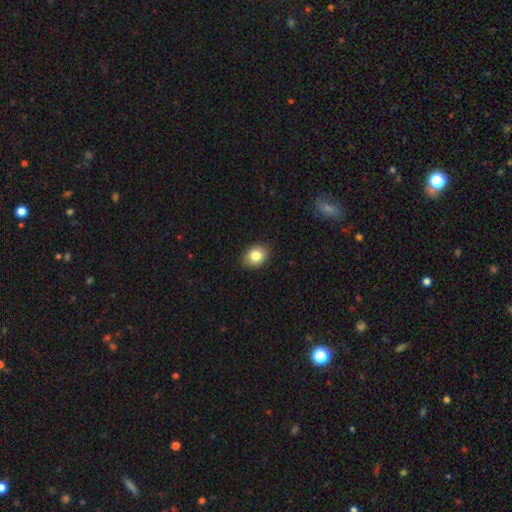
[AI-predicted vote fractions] smooth-or-featured: smooth: 84% | star or artifact: 9% | featured or disk: 8%
  how-rounded: in between: 62% | round: 37% | cigar-shaped: 1%
  merging: none: 88% | minor disturbance: 9% | major disturbance: 2% | merger: 1%